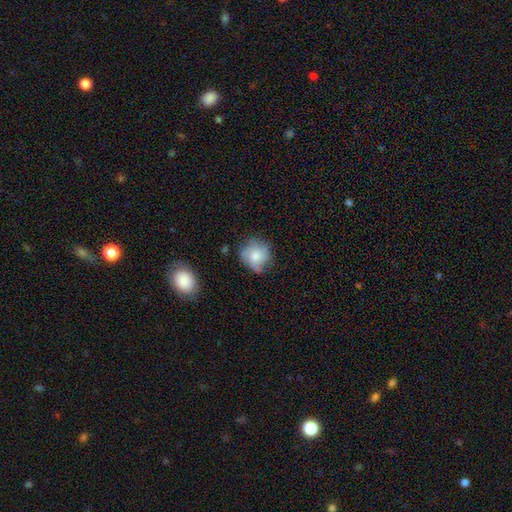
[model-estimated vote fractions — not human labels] Smooth or featured?
  - smooth: 66% *
  - featured or disk: 26%
  - star or artifact: 8%
How rounded?
  - round: 81% *
  - in between: 18%
  - cigar-shaped: 1%
Merging?
  - none: 61% *
  - minor disturbance: 27%
  - major disturbance: 9%
  - merger: 3%